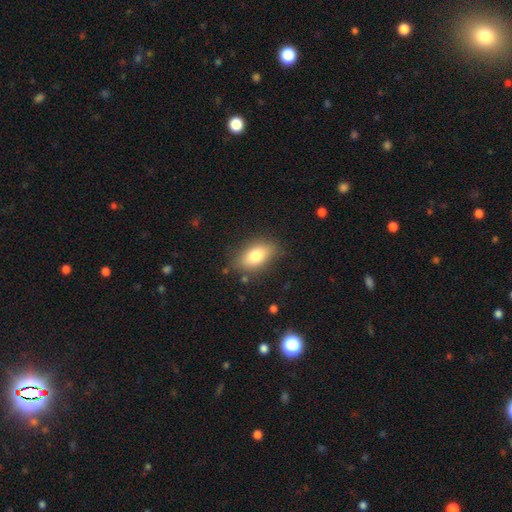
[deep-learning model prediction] The model was most divided on "smooth or featured": smooth: 80%, featured or disk: 13%, star or artifact: 7%. More confident: how rounded — in between (88%); merging — none (81%).